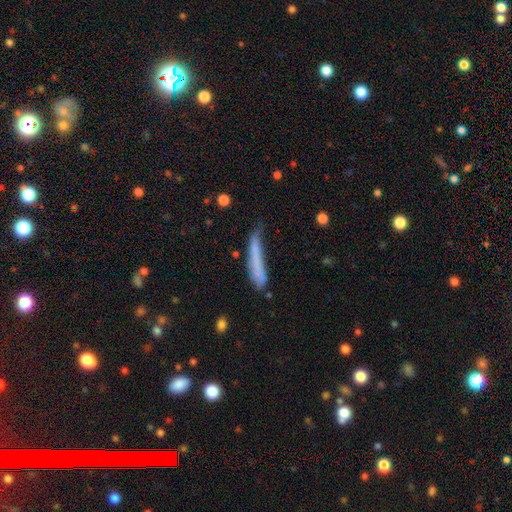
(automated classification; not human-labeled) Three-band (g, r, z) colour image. It shows a smooth galaxy with no disk features (70%) that is cigar-shaped (92%). Merging: none (44%).